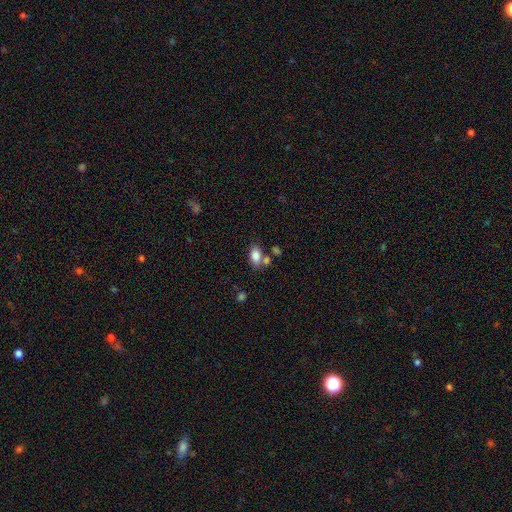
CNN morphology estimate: type=smooth (83%); roundness=in between (87%); merging=none (59%).